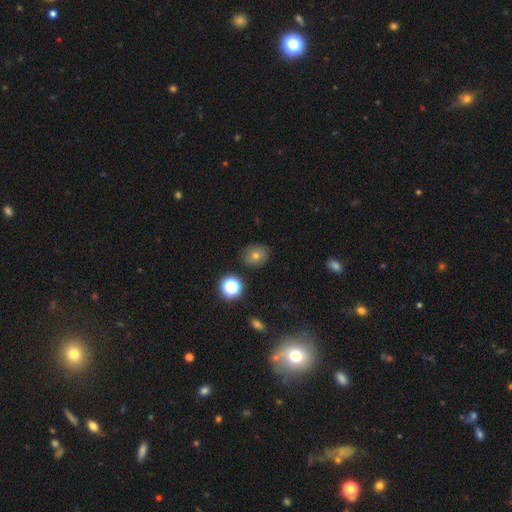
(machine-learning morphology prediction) smooth 69%, star or artifact 19%, featured or disk 12%. Down the decision tree: how rounded — round (68%); merging — none (84%).